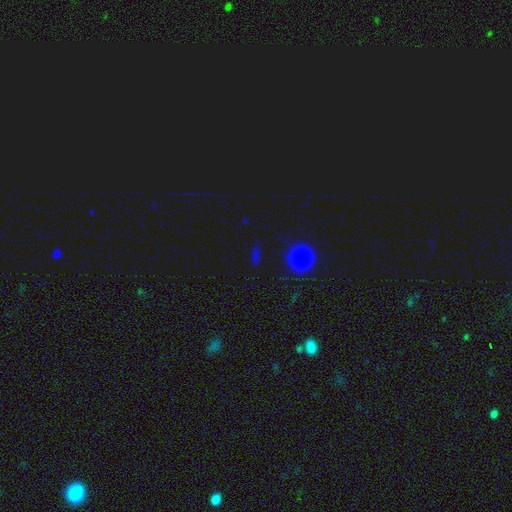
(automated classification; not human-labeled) This is possibly a smooth galaxy (52%). How rounded: possibly in between (46%). Merging: clearly none (81%).